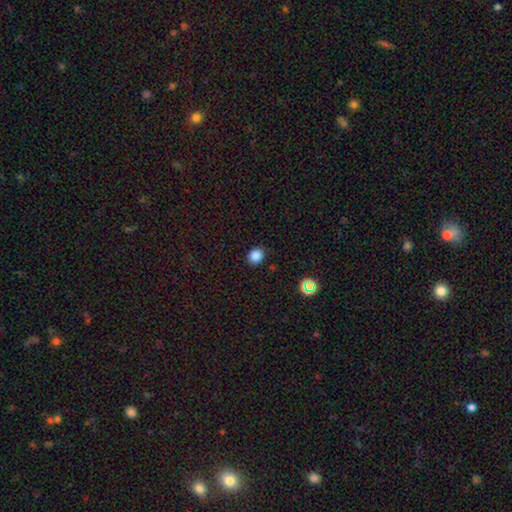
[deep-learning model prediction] This is clearly a smooth galaxy (84%). How rounded: likely round (63%). Merging: clearly none (87%).